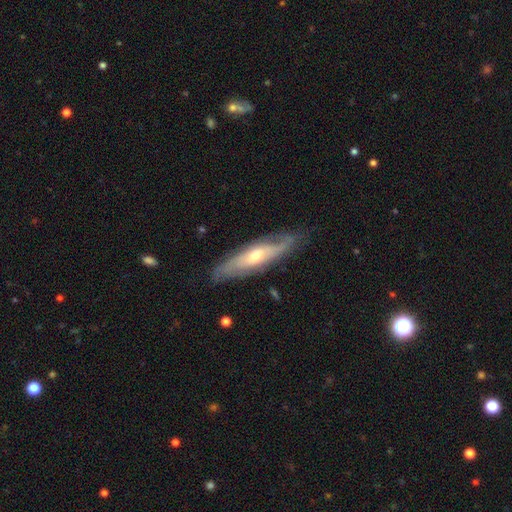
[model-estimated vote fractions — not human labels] Q: Smooth or featured?
A: featured or disk (69%); runner-up: smooth (25%)
Q: Edge-on disk?
A: no (62%); runner-up: yes (38%)
Q: Merging?
A: none (78%); runner-up: minor disturbance (16%)